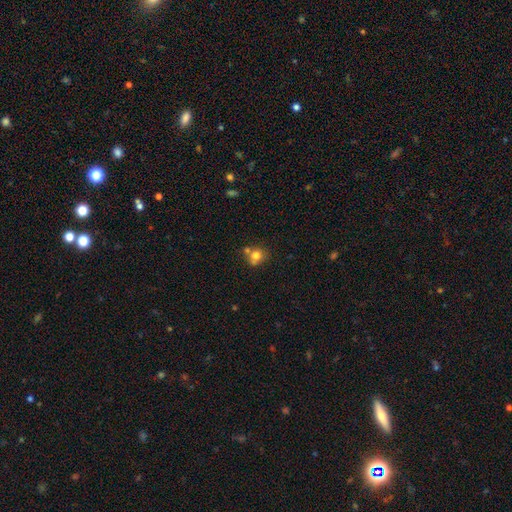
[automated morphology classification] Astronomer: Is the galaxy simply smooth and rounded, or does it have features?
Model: smooth — 75%.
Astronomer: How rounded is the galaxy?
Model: round — 76%.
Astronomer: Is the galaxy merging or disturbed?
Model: none — 49% (runner-up: merger, 32%).